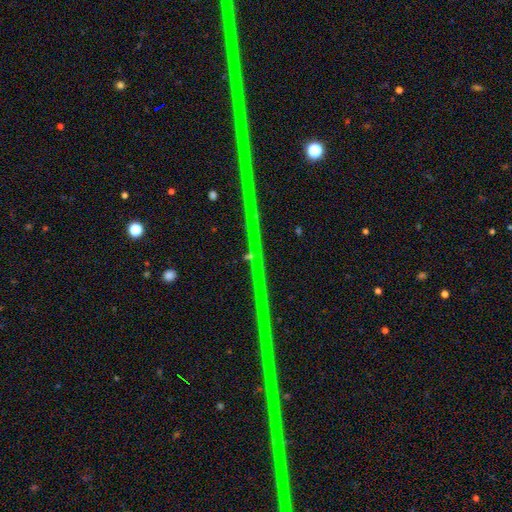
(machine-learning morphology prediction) Smooth or featured: star or artifact — 89% (featured or disk — 7%)